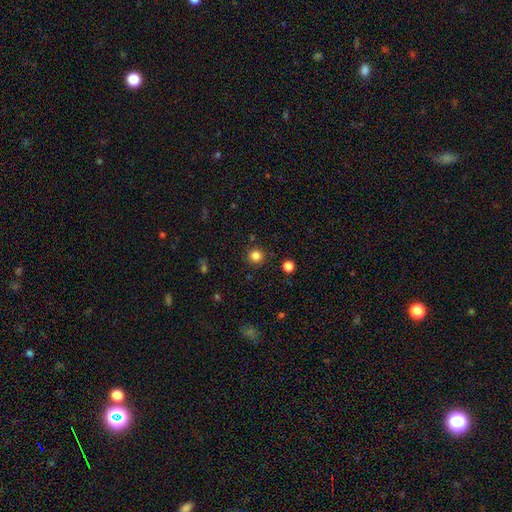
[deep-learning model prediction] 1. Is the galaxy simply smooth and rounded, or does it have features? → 83% smooth, 13% star or artifact, 4% featured or disk.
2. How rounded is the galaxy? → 94% round, 5% in between, 1% cigar-shaped.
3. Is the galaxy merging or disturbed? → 90% none, 6% minor disturbance, 2% major disturbance, 2% merger.